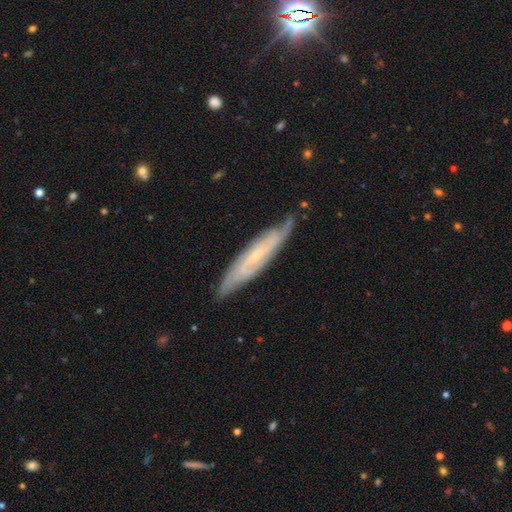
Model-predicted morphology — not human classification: This appears to be a featured or disk galaxy (75%). Merging: none (78%).